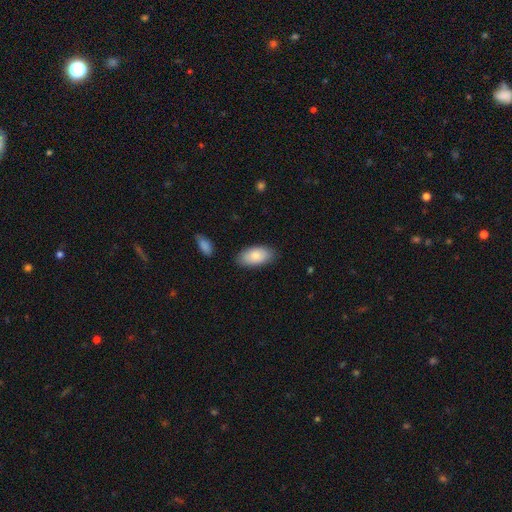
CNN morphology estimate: This appears to be a smooth galaxy with no disk features (84%) that is in between round and cigar-shaped (94%). Merging: none (83%).